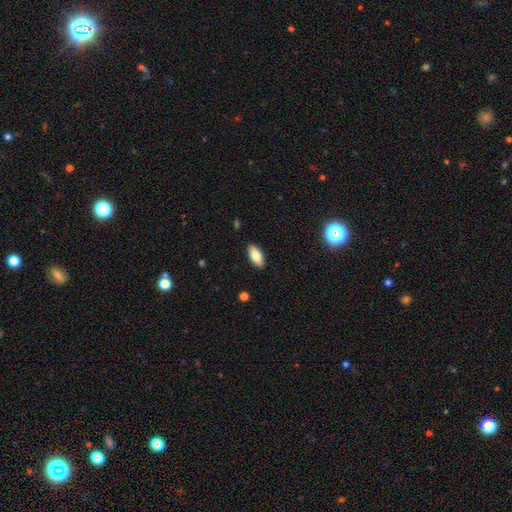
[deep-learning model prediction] Smooth or featured? Predicted: smooth (p=0.80). How rounded? Predicted: in between (p=0.89). Merging? Predicted: none (p=0.90).